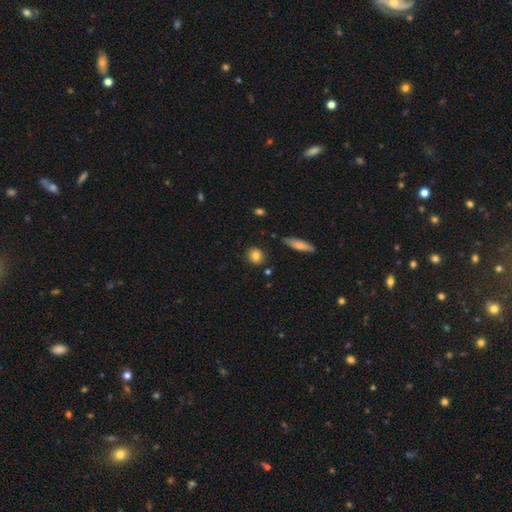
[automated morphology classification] smooth 82%, star or artifact 9%, featured or disk 9%. Down the decision tree: how rounded — round (79%); merging — none (86%).